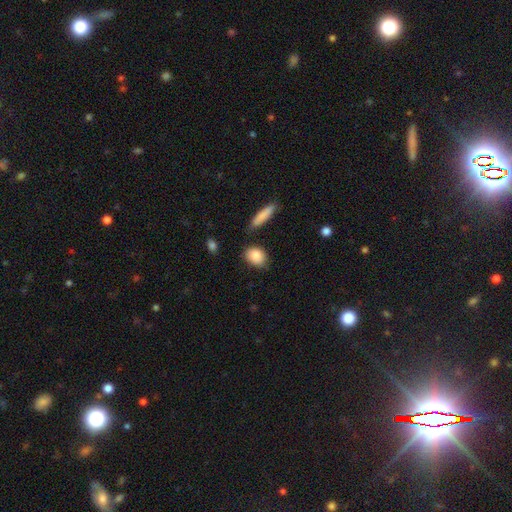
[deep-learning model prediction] This appears to be a smooth galaxy with no disk features (86%) that is in between round and cigar-shaped (63%). Merging: none (74%).